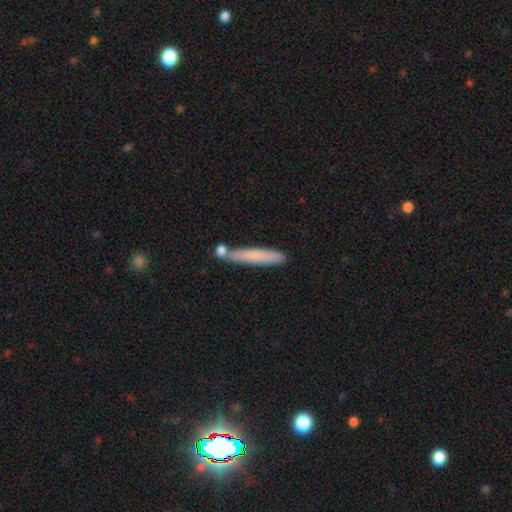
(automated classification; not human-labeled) The model was most divided on "smooth or featured": smooth: 71%, featured or disk: 22%, star or artifact: 7%. More confident: how rounded — cigar-shaped (93%); merging — none (70%).